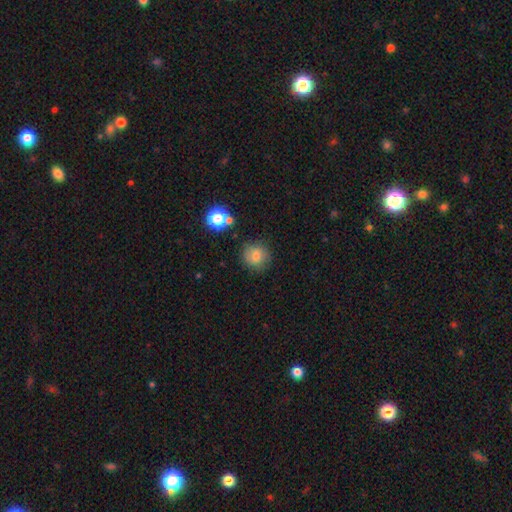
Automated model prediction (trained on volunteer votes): Morphology: type=smooth (78%); roundness=round (89%); merging=none (82%).